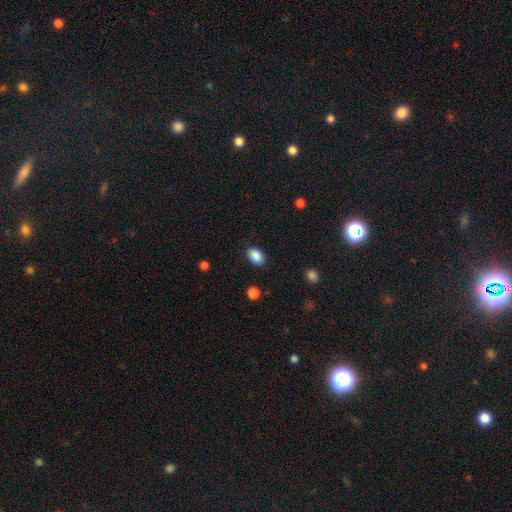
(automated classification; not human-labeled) The model was most divided on "how rounded": in between: 85%, round: 14%, cigar-shaped: 1%. More confident: smooth or featured — smooth (89%); merging — none (87%).